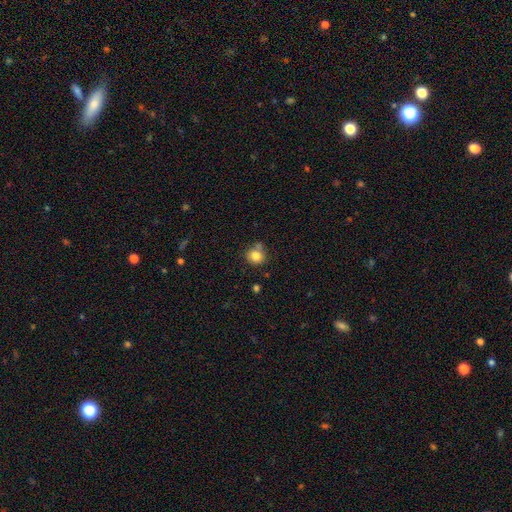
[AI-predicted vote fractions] smooth_or_featured: smooth (p=0.82) [alt: star or artifact p=0.11]
how_rounded: round (p=0.86) [alt: in between p=0.13]
merging: none (p=0.68) [alt: minor disturbance p=0.15]